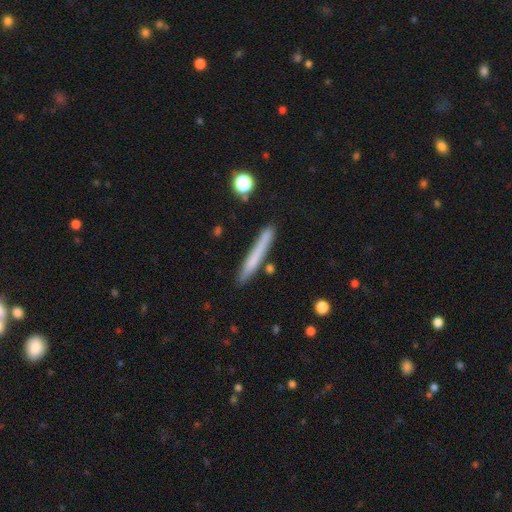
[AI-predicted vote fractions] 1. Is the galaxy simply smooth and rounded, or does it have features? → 68% smooth, 25% featured or disk, 7% star or artifact.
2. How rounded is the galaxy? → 96% cigar-shaped, 3% in between, 1% round.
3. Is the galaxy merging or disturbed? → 83% none, 11% minor disturbance, 4% merger, 2% major disturbance.